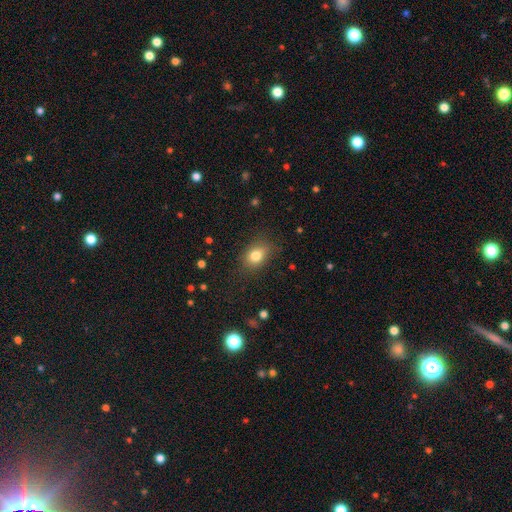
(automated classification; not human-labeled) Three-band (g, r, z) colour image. It shows a smooth galaxy with no disk features (80%) that is in between round and cigar-shaped (68%). Merging: none (80%).